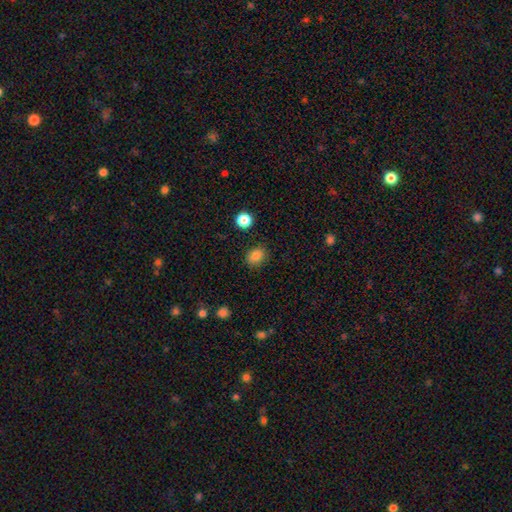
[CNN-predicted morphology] This appears to be a smooth galaxy with no disk features (83%) that is round (61%). Merging: none (87%).